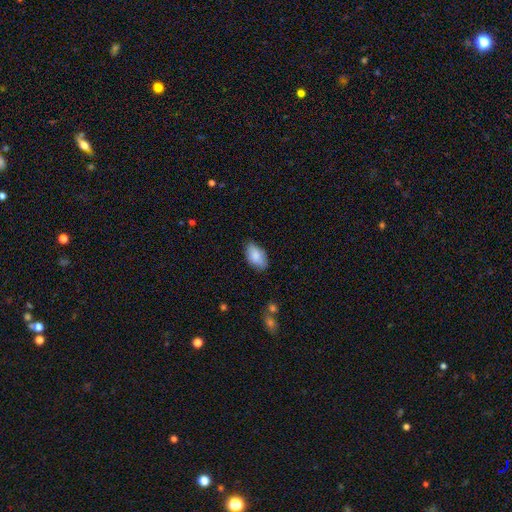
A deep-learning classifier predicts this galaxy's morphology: type=smooth (84%); roundness=in between (94%); merging=none (79%).